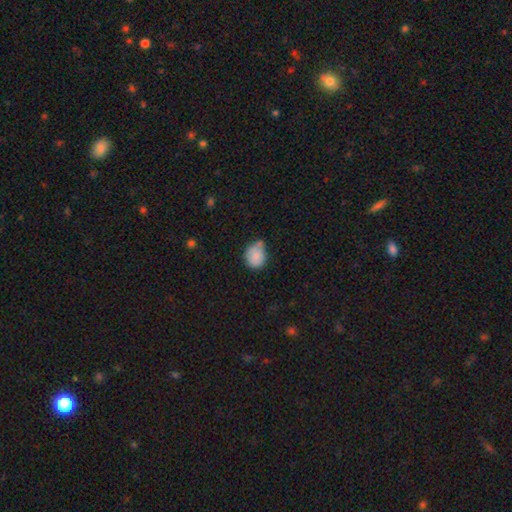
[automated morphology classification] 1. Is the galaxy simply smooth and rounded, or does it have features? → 79% smooth, 12% featured or disk, 8% star or artifact.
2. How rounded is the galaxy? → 61% round, 38% in between, 1% cigar-shaped.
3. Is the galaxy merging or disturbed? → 45% none, 35% minor disturbance, 12% merger, 8% major disturbance.